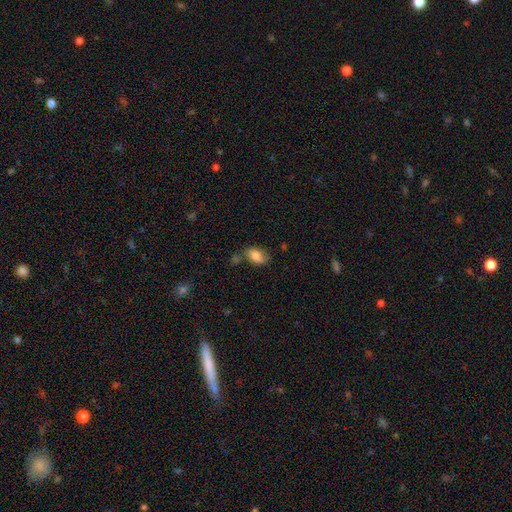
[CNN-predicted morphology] smooth_or_featured: smooth (p=0.78) [alt: featured or disk p=0.14]
how_rounded: in between (p=0.86) [alt: round p=0.11]
merging: none (p=0.63) [alt: minor disturbance p=0.20]